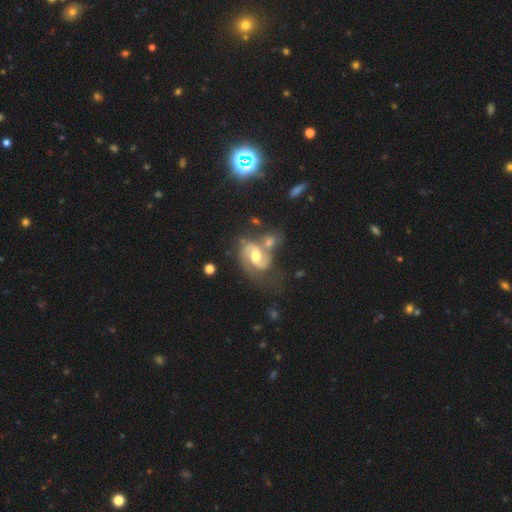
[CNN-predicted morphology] Smooth or featured: featured or disk — 86% (smooth — 9%)
Edge-on disk: no — 98% (yes — 2%)
Bar: weak — 51% (no — 29%)
Spiral arms: yes — 95% (no — 5%)
Spiral winding: medium — 57% (tight — 22%)
Spiral arm count: 2 — 87% (1 — 5%)
Bulge size: moderate — 69% (large — 16%)
Merging: none — 40% (merger — 30%)